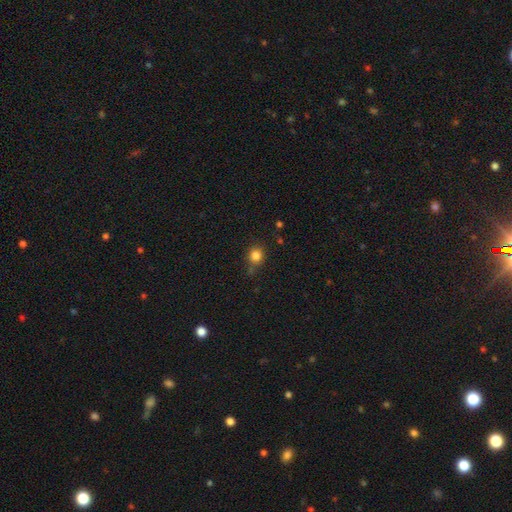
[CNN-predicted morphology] The model was most divided on "merging": none: 75%, minor disturbance: 16%, merger: 5%, major disturbance: 4%. More confident: smooth or featured — smooth (83%); how rounded — round (82%).